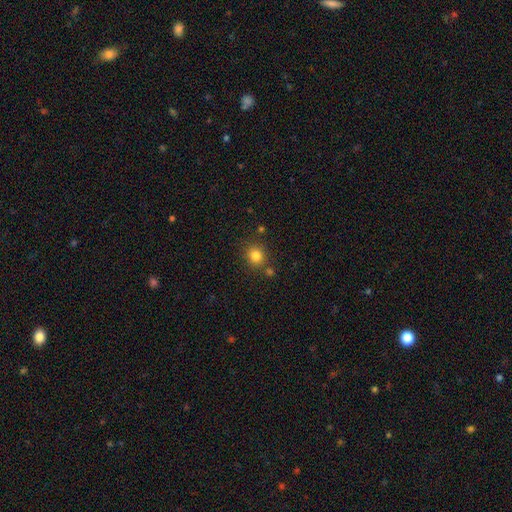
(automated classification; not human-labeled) Overall: smooth (82%). How rounded: round (83%). Merging: none (80%).